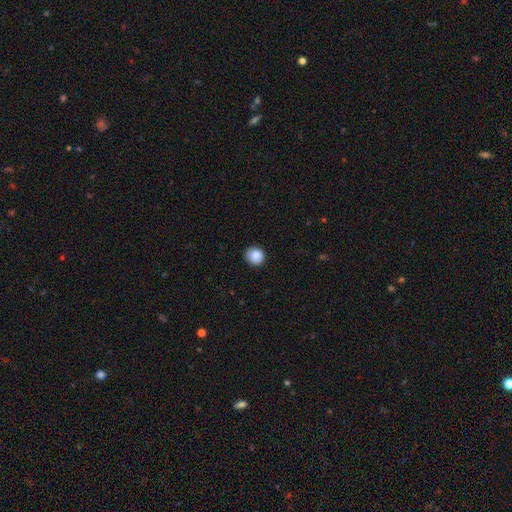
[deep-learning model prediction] A smooth galaxy with no disk features (88%) that is round (84%).

Vote fractions:
- Smooth or featured? smooth: 88% / star or artifact: 9% / featured or disk: 3%
- How rounded? round: 84% / in between: 15% / cigar-shaped: 1%
- Merging? none: 88% / minor disturbance: 9% / major disturbance: 2% / merger: 1%